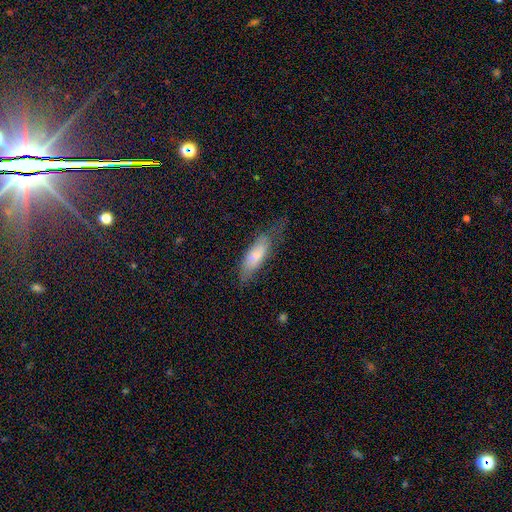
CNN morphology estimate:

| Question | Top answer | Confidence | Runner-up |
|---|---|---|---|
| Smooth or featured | smooth | 74% | featured or disk (20%) |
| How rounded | in between | 55% | cigar-shaped (44%) |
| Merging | none | 50% | minor disturbance (31%) |